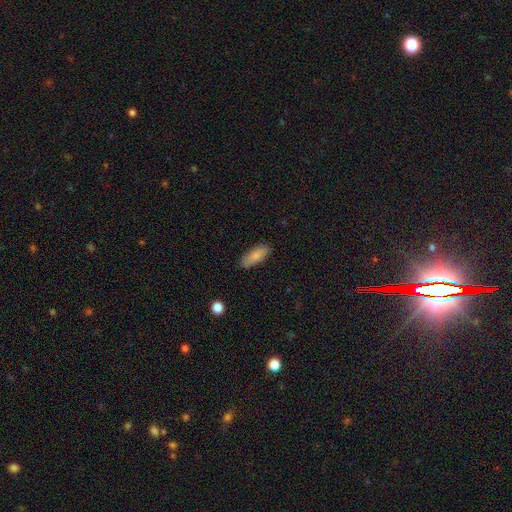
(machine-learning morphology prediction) This appears to be a smooth galaxy with no disk features (86%) that is in between round and cigar-shaped (71%). Merging: none (85%).